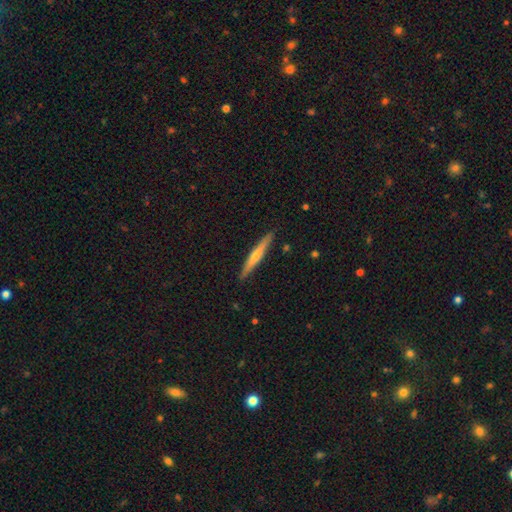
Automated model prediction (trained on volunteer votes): smooth-or-featured: featured or disk: 49% | smooth: 46% | star or artifact: 6%
  merging: none: 90% | minor disturbance: 7% | major disturbance: 1% | merger: 1%